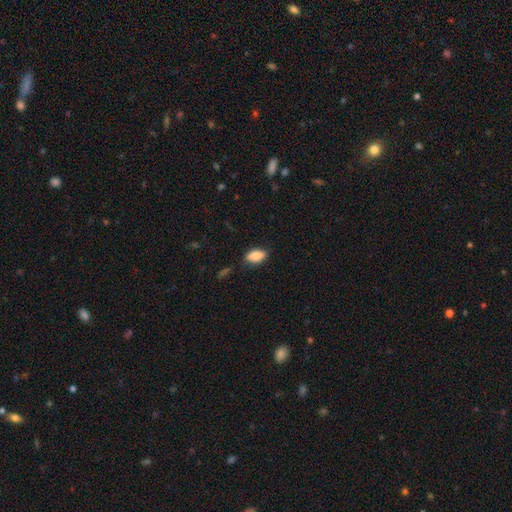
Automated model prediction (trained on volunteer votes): Overall: smooth (87%). How rounded: in between (90%). Merging: none (78%).